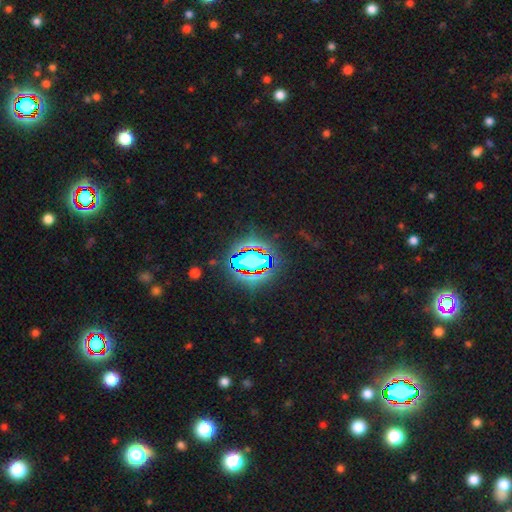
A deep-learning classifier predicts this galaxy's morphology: Smooth or featured? Predicted: star or artifact (p=0.66).